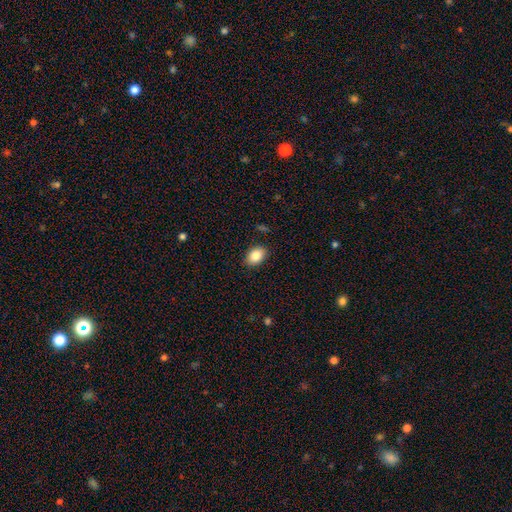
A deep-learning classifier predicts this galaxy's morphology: Smooth or featured?
  - smooth: 86% *
  - star or artifact: 8%
  - featured or disk: 6%
How rounded?
  - in between: 80% *
  - round: 19%
  - cigar-shaped: 1%
Merging?
  - none: 88% *
  - minor disturbance: 8%
  - major disturbance: 2%
  - merger: 1%